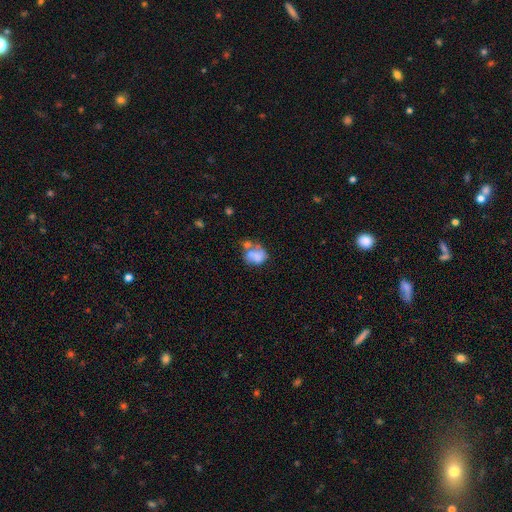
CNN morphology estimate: Overall: smooth (62%; featured or disk 28%). How rounded: in between (61%; round 37%). Merging: merger (36%; none 26%).